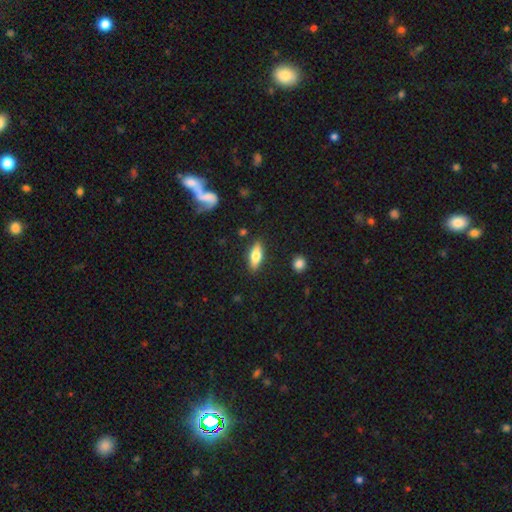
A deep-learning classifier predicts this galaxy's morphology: A smooth galaxy with no disk features (61%) that is in between round and cigar-shaped (62%).

Vote fractions:
- Smooth or featured? smooth: 61% / featured or disk: 33% / star or artifact: 6%
- How rounded? in between: 62% / cigar-shaped: 35% / round: 3%
- Merging? none: 86% / minor disturbance: 9% / major disturbance: 2% / merger: 2%